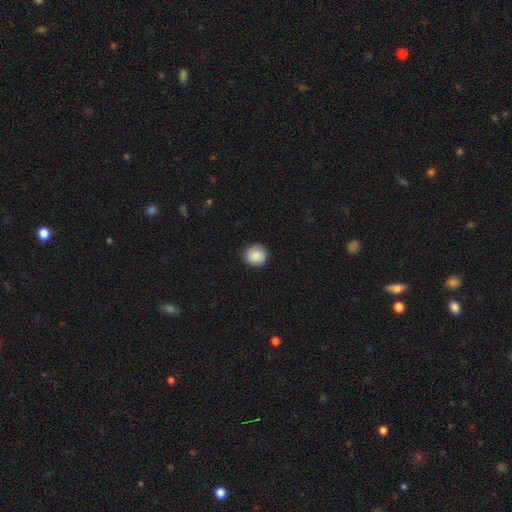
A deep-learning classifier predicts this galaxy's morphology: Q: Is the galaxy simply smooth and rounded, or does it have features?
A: smooth — 87%.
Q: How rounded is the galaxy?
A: round — 90%.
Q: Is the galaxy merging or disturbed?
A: none — 88%.